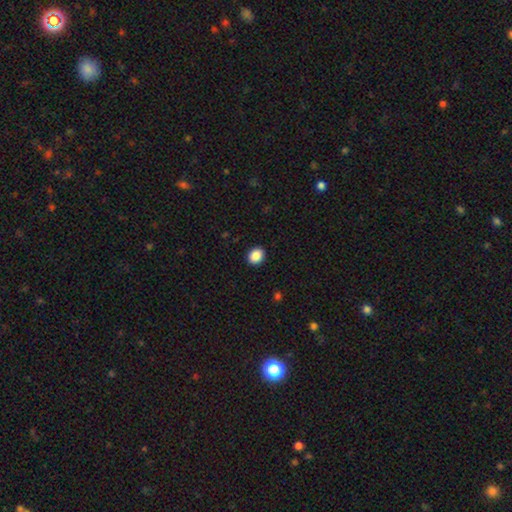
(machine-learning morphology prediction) type=smooth (88%); roundness=round (60%); merging=none (92%).